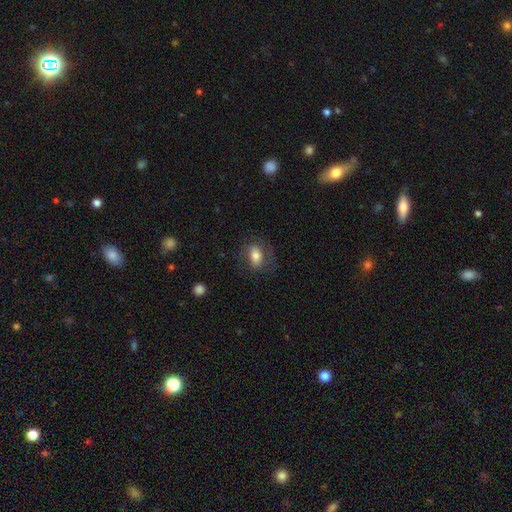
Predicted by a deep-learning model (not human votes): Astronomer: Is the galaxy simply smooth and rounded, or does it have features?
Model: smooth — 65%.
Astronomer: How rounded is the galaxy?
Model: in between — 79%.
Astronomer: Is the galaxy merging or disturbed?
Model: none — 65%.